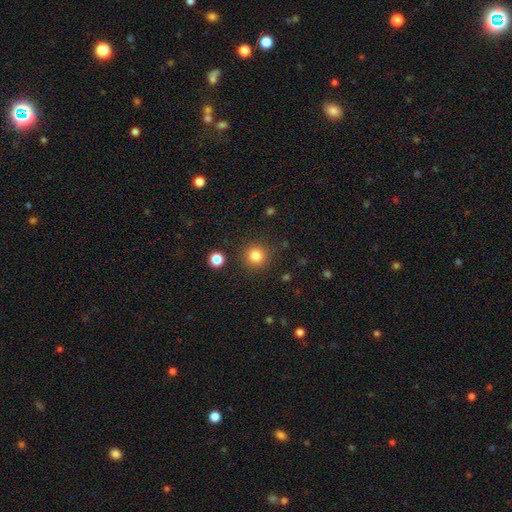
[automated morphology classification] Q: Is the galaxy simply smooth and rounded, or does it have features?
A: smooth — 82%.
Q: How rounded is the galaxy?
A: round — 94%.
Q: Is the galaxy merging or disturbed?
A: none — 87%.